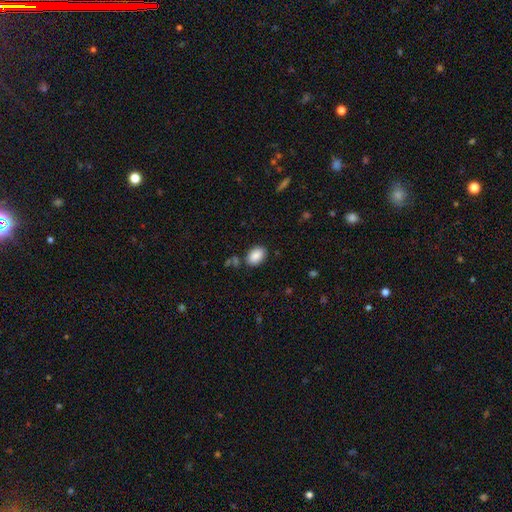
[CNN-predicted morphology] A smooth galaxy with no disk features (88%) that is in between round and cigar-shaped (85%).

Vote fractions:
- Smooth or featured? smooth: 88% / star or artifact: 7% / featured or disk: 4%
- How rounded? in between: 85% / round: 14% / cigar-shaped: 1%
- Merging? none: 83% / minor disturbance: 10% / merger: 4% / major disturbance: 3%